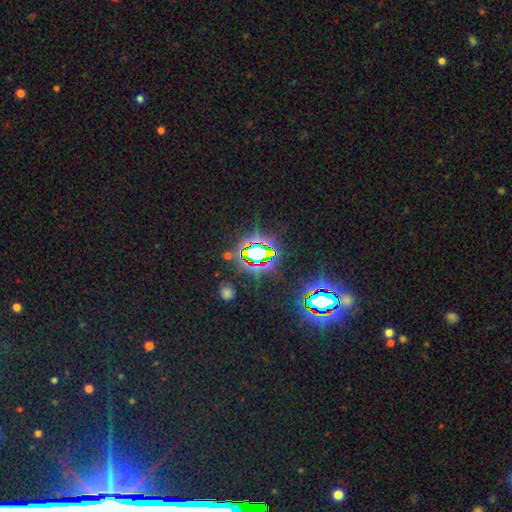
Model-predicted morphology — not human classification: smooth-or-featured: star or artifact: 75% | smooth: 15% | featured or disk: 10%